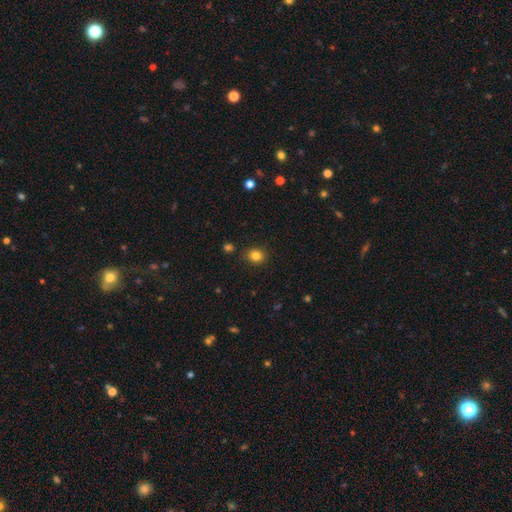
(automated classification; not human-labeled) Morphology: type=smooth (83%); roundness=round (74%); merging=none (87%).